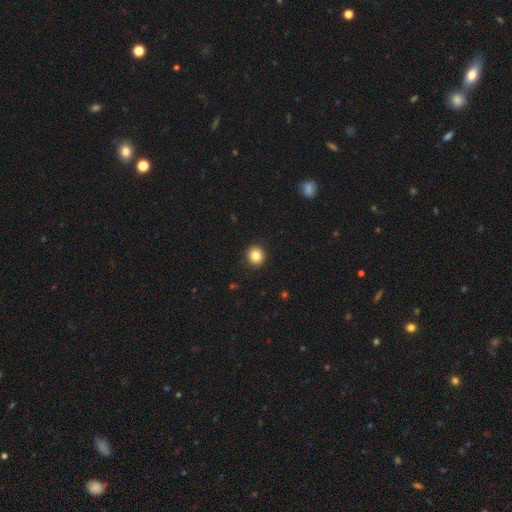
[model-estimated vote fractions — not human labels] Smooth or featured: smooth — 84% (star or artifact — 10%)
How rounded: round — 87% (in between — 12%)
Merging: none — 92% (minor disturbance — 5%)